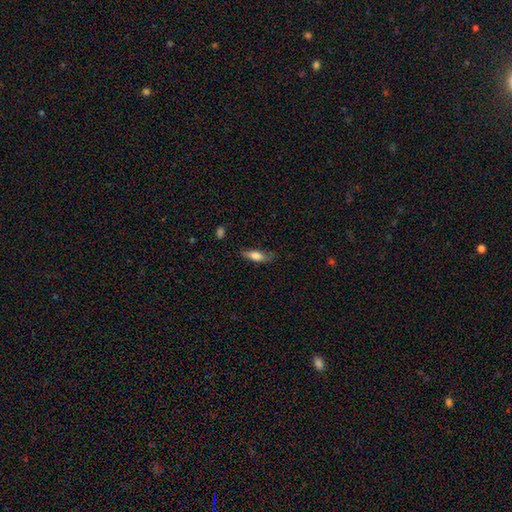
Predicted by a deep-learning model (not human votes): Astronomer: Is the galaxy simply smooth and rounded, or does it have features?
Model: smooth — 73%.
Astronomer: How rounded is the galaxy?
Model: in between — 60% (runner-up: cigar-shaped, 37%).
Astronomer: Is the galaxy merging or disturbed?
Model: none — 66%.